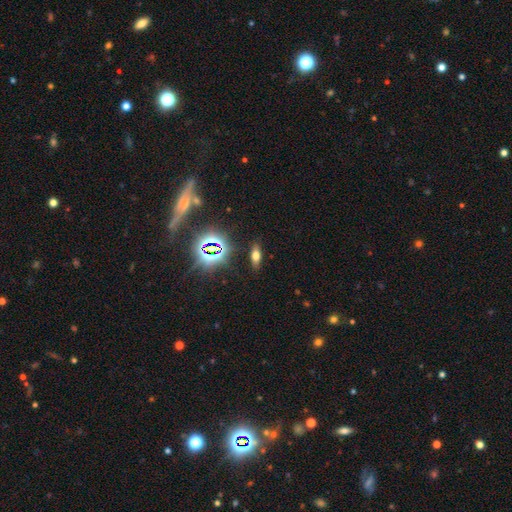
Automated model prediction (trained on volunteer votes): The model was most divided on "smooth or featured": smooth: 55%, star or artifact: 27%, featured or disk: 18%. More confident: merging — none (86%); how rounded — in between (68%).